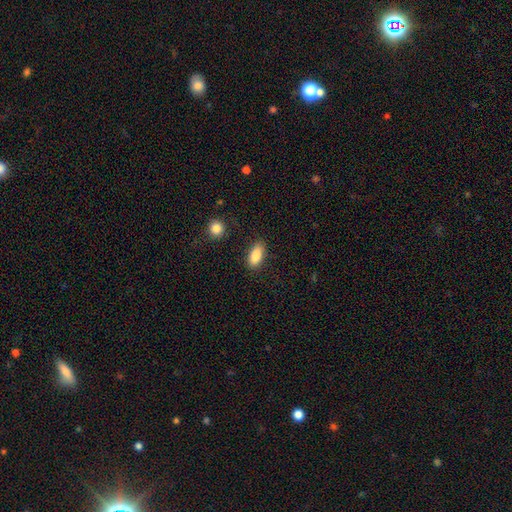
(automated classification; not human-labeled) The model was most divided on "merging": none: 84%, minor disturbance: 11%, major disturbance: 3%, merger: 2%. More confident: smooth or featured — smooth (88%); how rounded — in between (87%).